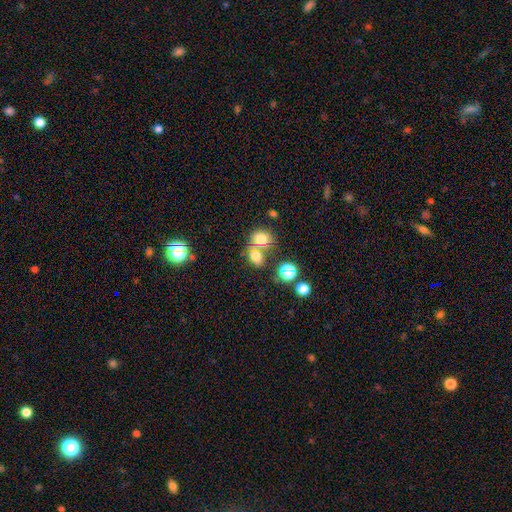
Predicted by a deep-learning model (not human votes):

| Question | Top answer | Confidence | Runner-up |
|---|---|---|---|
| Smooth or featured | smooth | 73% | star or artifact (15%) |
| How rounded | in between | 51% | round (48%) |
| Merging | merger | 46% | none (41%) |